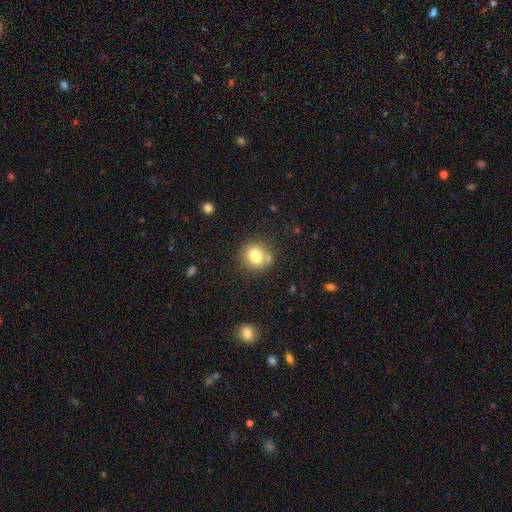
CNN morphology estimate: smooth-or-featured: smooth: 79% | star or artifact: 11% | featured or disk: 10%
  how-rounded: round: 77% | in between: 22% | cigar-shaped: 1%
  merging: none: 71% | minor disturbance: 13% | merger: 12% | major disturbance: 4%